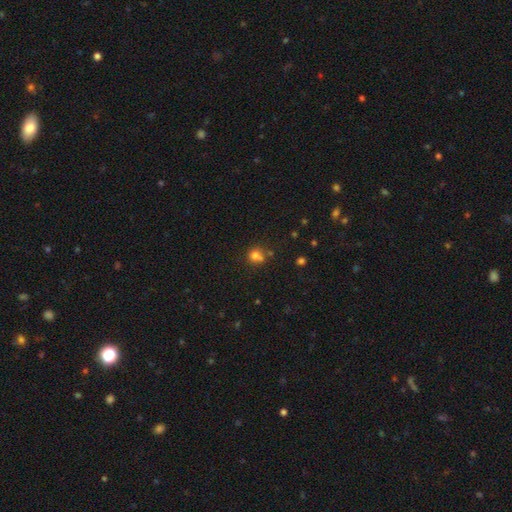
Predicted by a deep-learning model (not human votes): Smooth or featured? Predicted: smooth (p=0.74). How rounded? Predicted: round (p=0.81). Merging? Predicted: none (p=0.50).